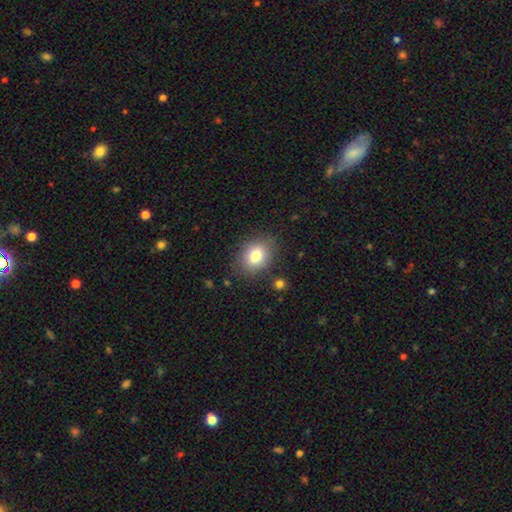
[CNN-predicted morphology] smooth 79%, featured or disk 11%, star or artifact 10%. Down the decision tree: how rounded — in between (59%); merging — none (82%).